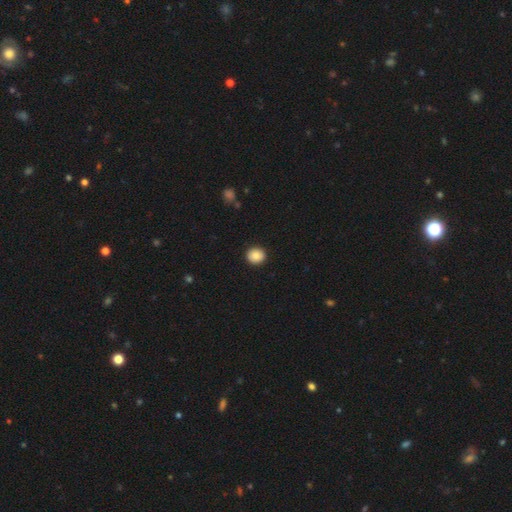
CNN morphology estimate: smooth-or-featured: smooth: 87% | star or artifact: 8% | featured or disk: 4%
  how-rounded: round: 82% | in between: 17% | cigar-shaped: 1%
  merging: none: 91% | minor disturbance: 6% | major disturbance: 2% | merger: 1%